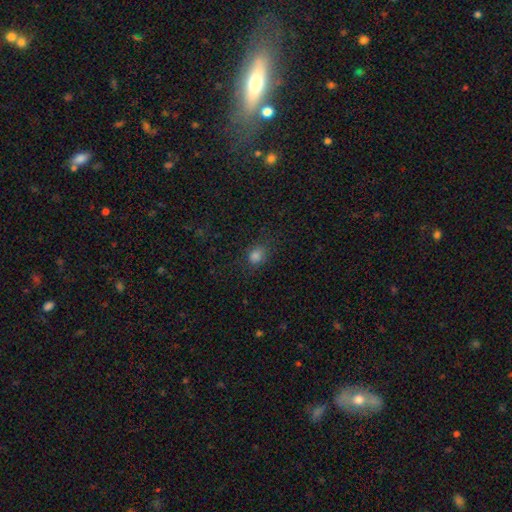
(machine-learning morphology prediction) A smooth galaxy with no disk features (78%) that is round (58%).

Vote fractions:
- Smooth or featured? smooth: 78% / star or artifact: 16% / featured or disk: 5%
- How rounded? round: 58% / in between: 41% / cigar-shaped: 1%
- Merging? none: 79% / minor disturbance: 15% / major disturbance: 6% / merger: 1%